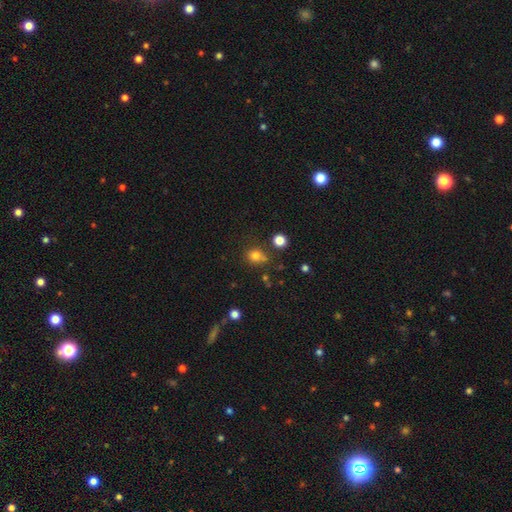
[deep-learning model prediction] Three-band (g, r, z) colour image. It shows a smooth galaxy with no disk features (78%) that is round (80%). Merging: none (66%).